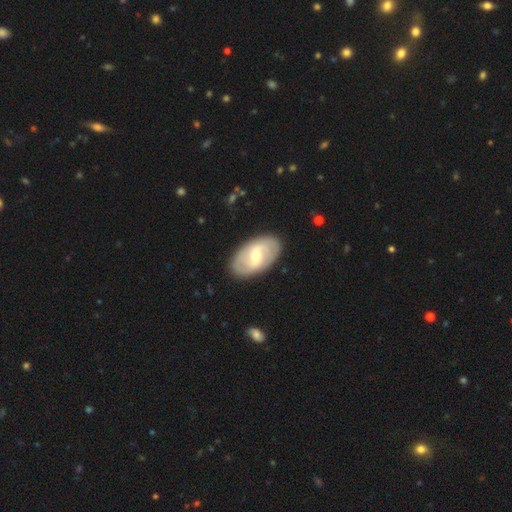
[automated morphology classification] Overall: featured or disk (63%; smooth 32%). Edge-on disk: no (93%). Bar: weak (53%; strong 27%). Spiral arms: yes (61%; no 39%). Bulge size: moderate (65%; small 28%). Merging: none (87%).